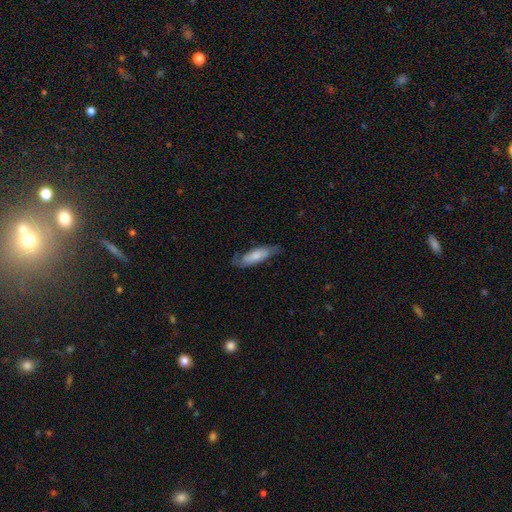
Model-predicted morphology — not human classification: Smooth or featured? Predicted: smooth (p=0.63). How rounded? Predicted: in between (p=0.52). Merging? Predicted: none (p=0.63).